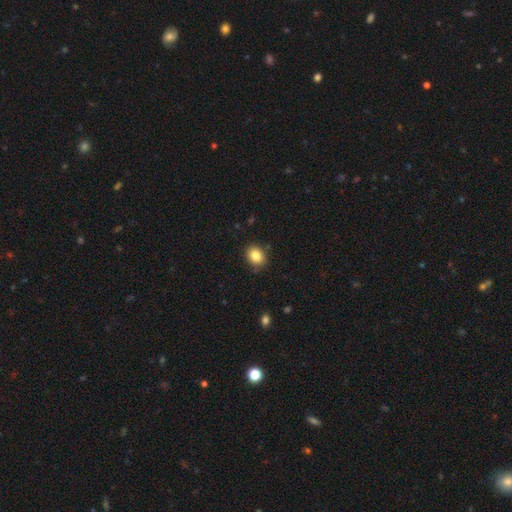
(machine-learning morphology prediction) Overall: smooth (85%). How rounded: in between (56%; round 43%). Merging: none (85%).